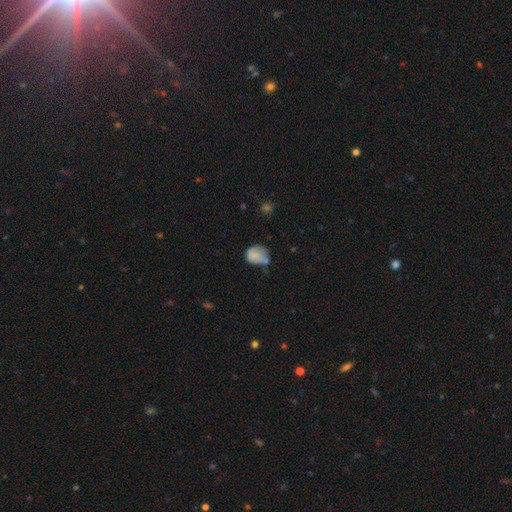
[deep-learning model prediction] A smooth galaxy with no disk features (70%) that is round (58%).

Vote fractions:
- Smooth or featured? smooth: 70% / featured or disk: 21% / star or artifact: 9%
- How rounded? round: 58% / in between: 41% / cigar-shaped: 1%
- Merging? none: 38% / minor disturbance: 36% / major disturbance: 16% / merger: 10%